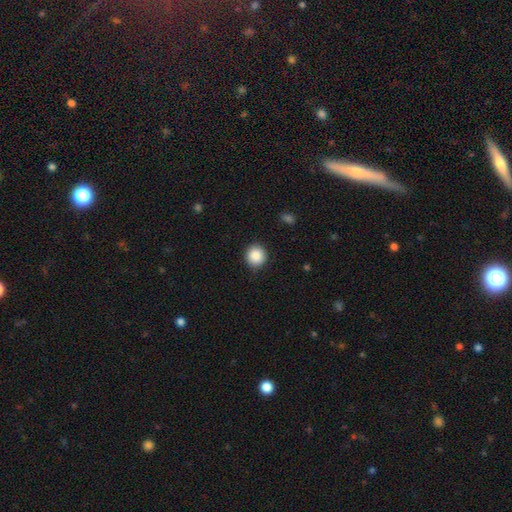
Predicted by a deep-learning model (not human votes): smooth_or_featured: smooth (p=0.89) [alt: star or artifact p=0.08]
how_rounded: round (p=0.91) [alt: in between p=0.08]
merging: none (p=0.90) [alt: minor disturbance p=0.07]